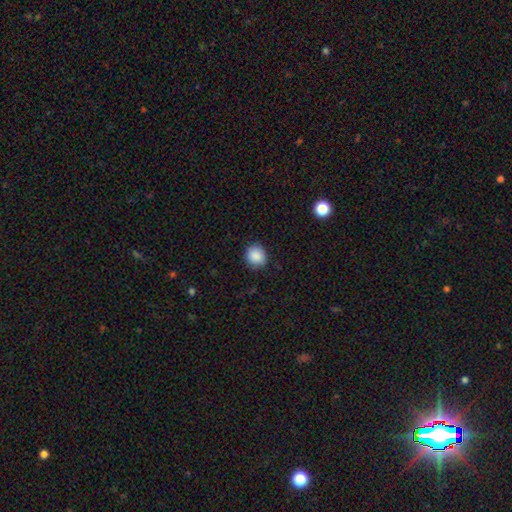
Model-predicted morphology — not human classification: The model was most divided on "how rounded": round: 83%, in between: 16%, cigar-shaped: 1%. More confident: smooth or featured — smooth (88%); merging — none (87%).